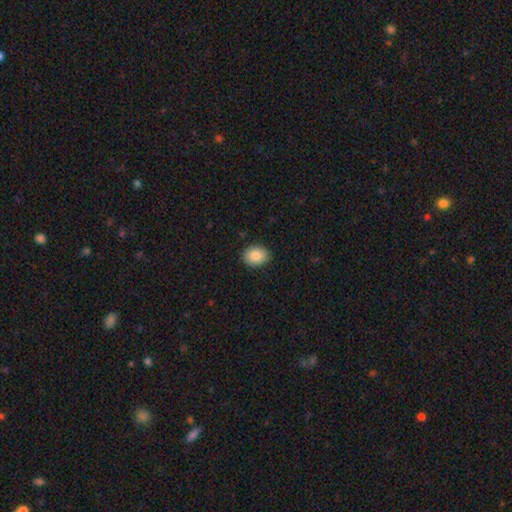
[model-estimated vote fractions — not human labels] Smooth or featured? Predicted: smooth (p=0.85). How rounded? Predicted: in between (p=0.54). Merging? Predicted: none (p=0.89).